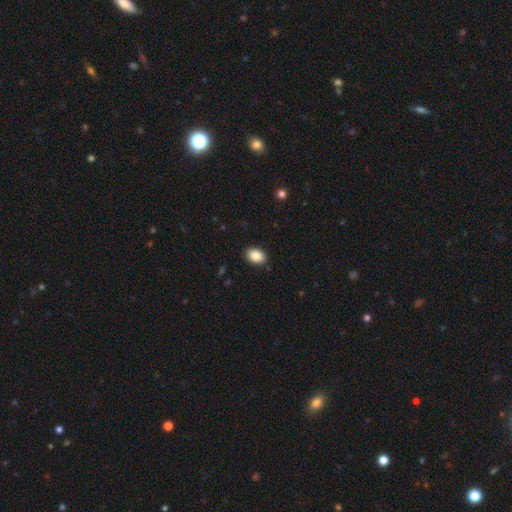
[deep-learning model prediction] This is clearly a smooth galaxy (88%). How rounded: clearly in between (82%). Merging: clearly none (90%).